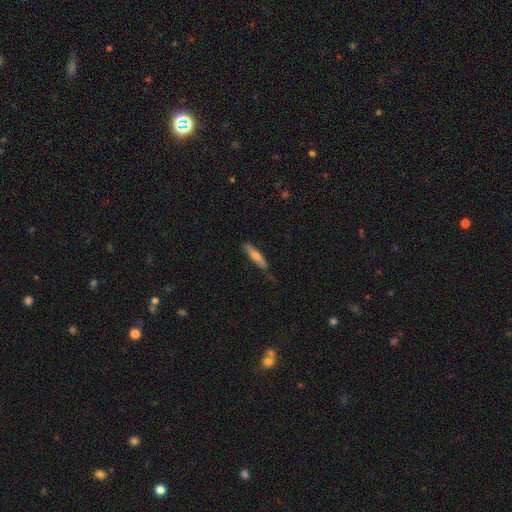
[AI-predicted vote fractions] smooth-or-featured: smooth: 59% | featured or disk: 35% | star or artifact: 6%
  how-rounded: cigar-shaped: 84% | in between: 14% | round: 2%
  merging: none: 77% | minor disturbance: 19% | major disturbance: 3% | merger: 2%